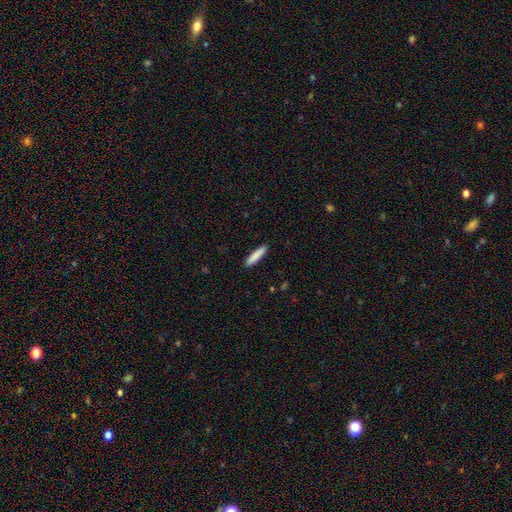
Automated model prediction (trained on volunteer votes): Overall: smooth (86%). How rounded: cigar-shaped (87%). Merging: none (91%).